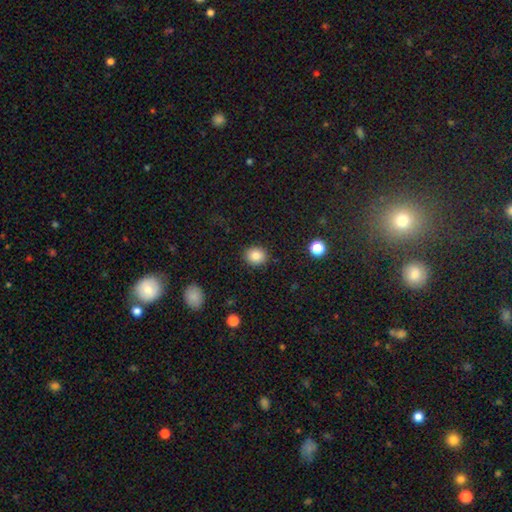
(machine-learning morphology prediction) Smooth or featured? smooth (85%)
How rounded? round (77%)
Merging? none (90%)